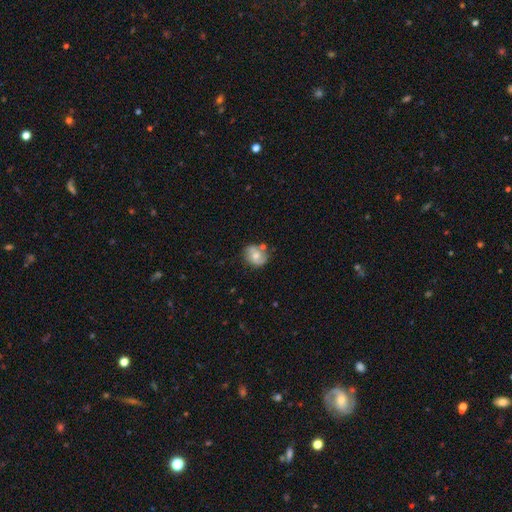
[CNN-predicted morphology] This appears to be a smooth galaxy with no disk features (51%) that is round (61%). Merging: none (63%).